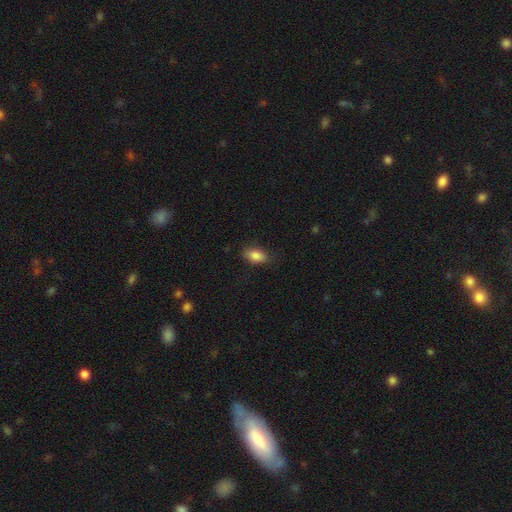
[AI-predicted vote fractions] Smooth or featured? Predicted: smooth (p=0.86). How rounded? Predicted: in between (p=0.88). Merging? Predicted: none (p=0.83).